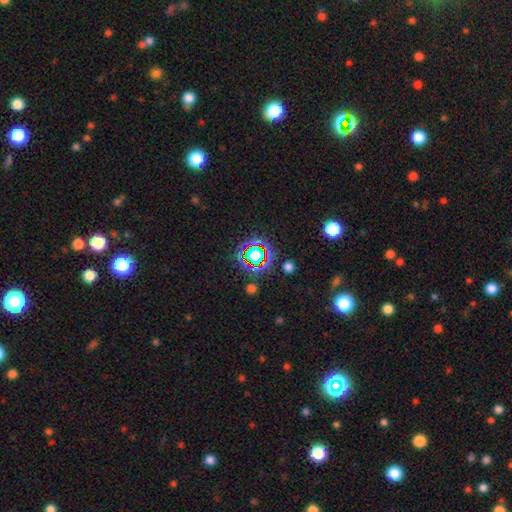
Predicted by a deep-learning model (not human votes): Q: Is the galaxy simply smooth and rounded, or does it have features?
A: star or artifact — 65%.